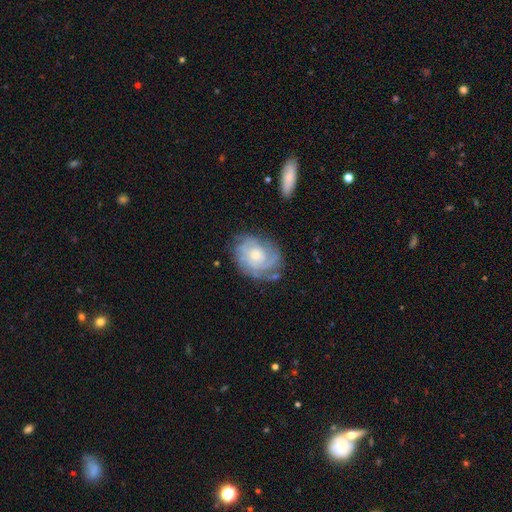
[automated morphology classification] A featured or disk galaxy (75%) with no bar (78%), tight (65%) spiral arms (88%) and a moderate central bulge (48%).

Vote fractions:
- Smooth or featured? featured or disk: 75% / smooth: 19% / star or artifact: 6%
- Edge-on disk? no: 97% / yes: 3%
- Bar? no: 78% / weak: 19% / strong: 3%
- Spiral arms? yes: 88% / no: 12%
- Spiral winding? tight: 65% / medium: 26% / loose: 9%
- Spiral arm count? can't tell: 46% / 2: 18% / 3: 17% / 4: 9% / 1: 6% / more than 4: 5%
- Bulge size? moderate: 48% / small: 45% / large: 4% / none: 2% / dominant: 1%
- Merging? none: 66% / minor disturbance: 22% / major disturbance: 10% / merger: 3%